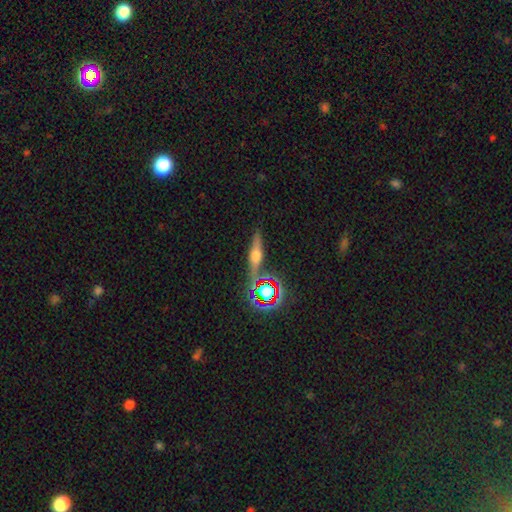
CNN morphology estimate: Smooth or featured: featured or disk — 56% (smooth — 27%)
Edge-on disk: yes — 91% (no — 9%)
Edge-on bulge: rounded — 89% (boxy — 7%)
Merging: none — 78% (minor disturbance — 12%)